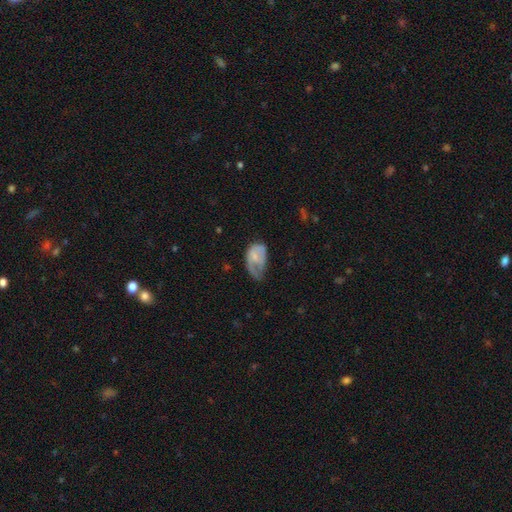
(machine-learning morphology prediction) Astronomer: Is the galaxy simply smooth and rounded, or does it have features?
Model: smooth — 58% (runner-up: featured or disk, 35%).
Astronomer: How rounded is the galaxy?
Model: in between — 89%.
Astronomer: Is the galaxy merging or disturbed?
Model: major disturbance — 40% (runner-up: minor disturbance, 38%).